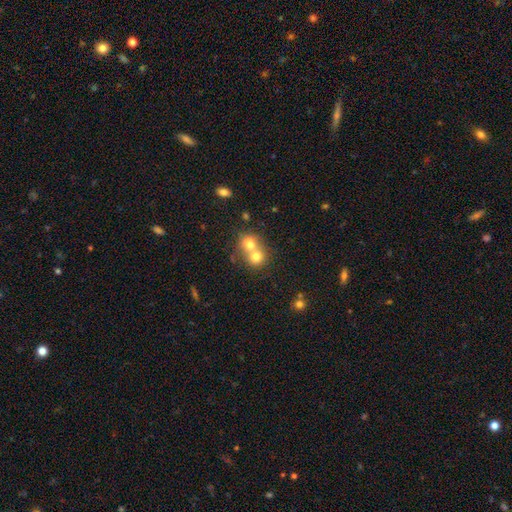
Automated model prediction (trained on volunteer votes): This is likely a smooth galaxy (71%). How rounded: likely round (78%). Merging: likely merger (65%).